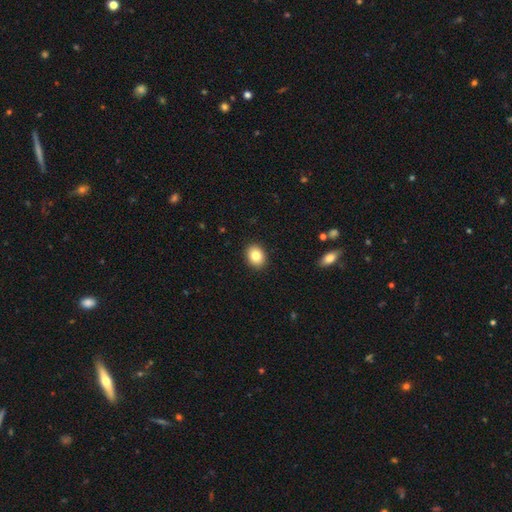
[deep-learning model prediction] The model was most divided on "how rounded": in between: 51%, round: 48%, cigar-shaped: 1%. More confident: merging — none (91%); smooth or featured — smooth (83%).